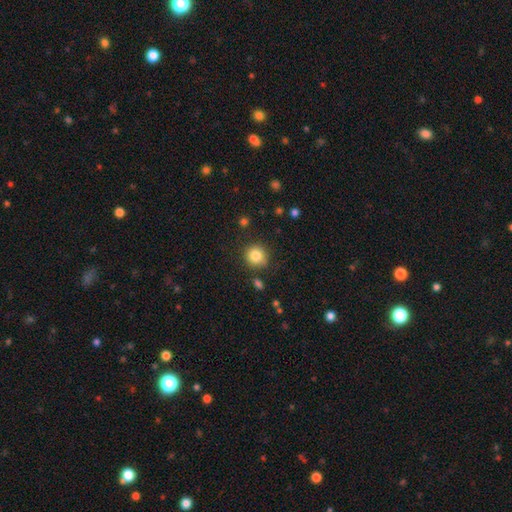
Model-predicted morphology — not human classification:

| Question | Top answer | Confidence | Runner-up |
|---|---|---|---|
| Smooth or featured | smooth | 84% | star or artifact (10%) |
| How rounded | round | 90% | in between (9%) |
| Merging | none | 81% | minor disturbance (12%) |